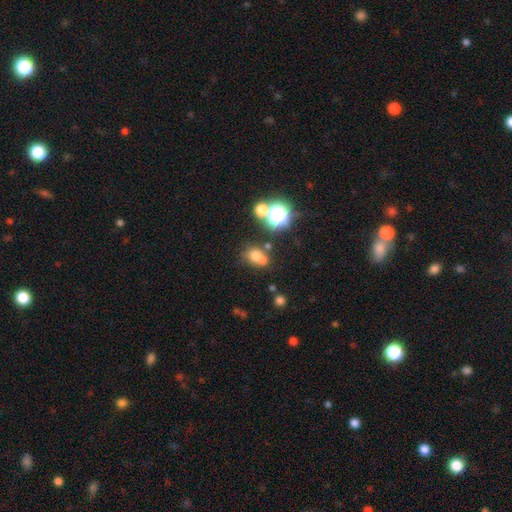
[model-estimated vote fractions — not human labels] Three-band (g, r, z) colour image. It shows a smooth galaxy with no disk features (66%) that is round (66%). Merging: none (47%).